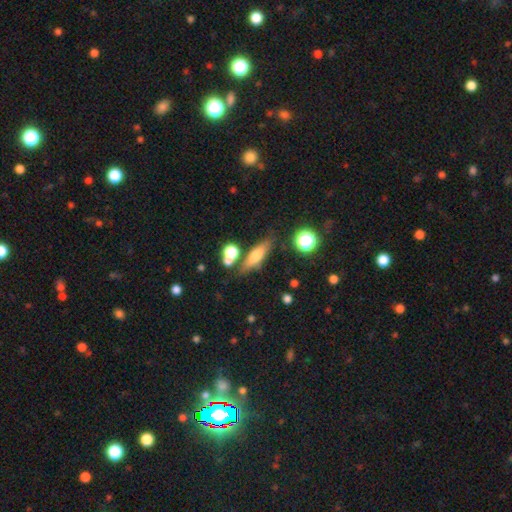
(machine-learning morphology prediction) The model was most divided on "how rounded": cigar-shaped: 58%, in between: 36%, round: 7%. More confident: merging — none (72%); smooth or featured — smooth (59%).